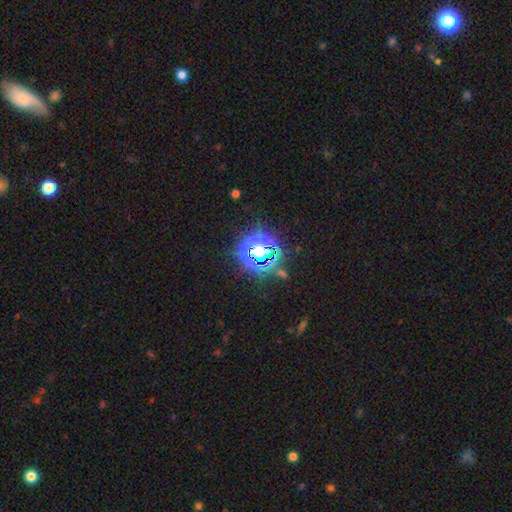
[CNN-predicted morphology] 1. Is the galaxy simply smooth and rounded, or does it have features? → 76% star or artifact, 15% smooth, 9% featured or disk.